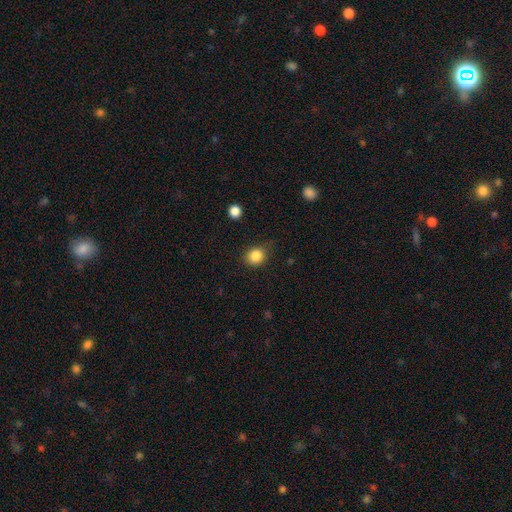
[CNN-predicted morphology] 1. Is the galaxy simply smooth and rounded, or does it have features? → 85% smooth, 10% star or artifact, 4% featured or disk.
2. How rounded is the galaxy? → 73% round, 26% in between, 1% cigar-shaped.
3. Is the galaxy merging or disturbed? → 76% none, 18% minor disturbance, 4% major disturbance, 2% merger.